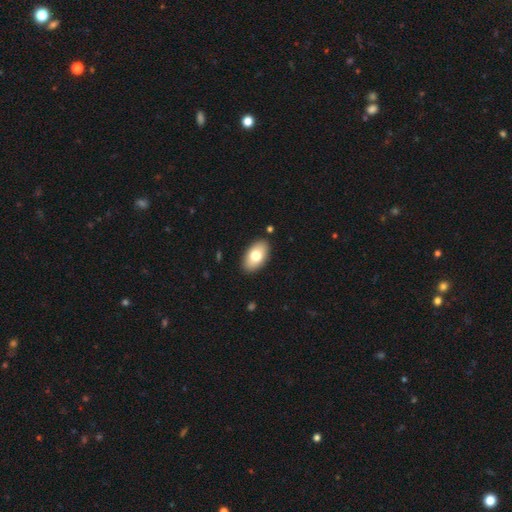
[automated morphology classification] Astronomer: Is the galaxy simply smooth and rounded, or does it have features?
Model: smooth — 75%.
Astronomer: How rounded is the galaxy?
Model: in between — 94%.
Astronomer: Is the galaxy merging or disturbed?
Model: none — 89%.